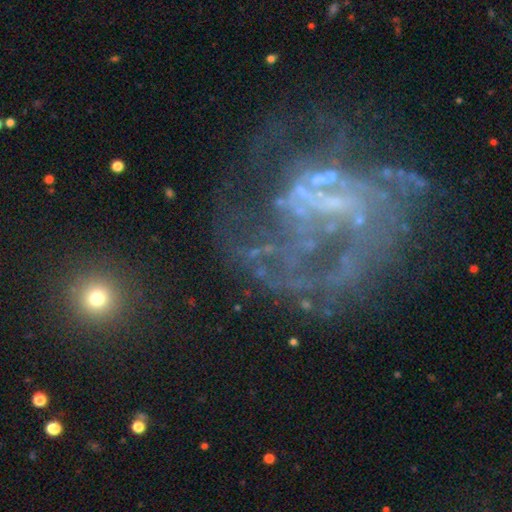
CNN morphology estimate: The model was most divided on "merging": major disturbance: 40%, none: 37%, minor disturbance: 14%, merger: 9%. More confident: edge-on disk — no (98%); smooth or featured — featured or disk (74%); spiral arms — yes (59%); bar — no (57%); bulge size — none (56%).